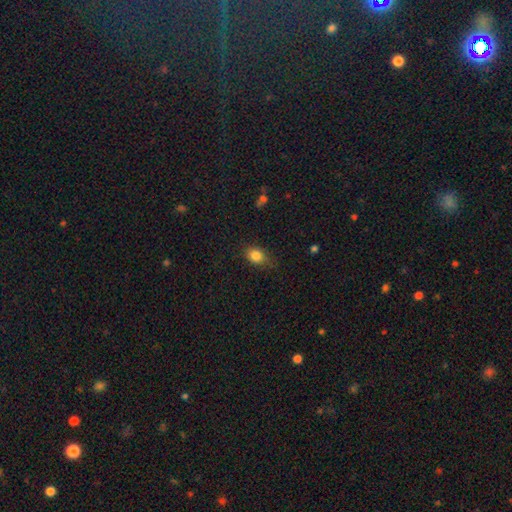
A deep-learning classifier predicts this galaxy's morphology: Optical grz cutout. It shows a smooth galaxy with no disk features (84%) that is in between round and cigar-shaped (62%). Merging: none (73%).